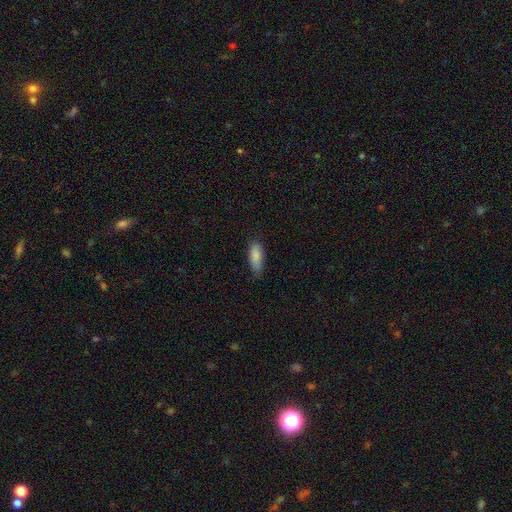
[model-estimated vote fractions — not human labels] This is clearly a smooth galaxy (87%). How rounded: likely in between (77%). Merging: likely none (73%).